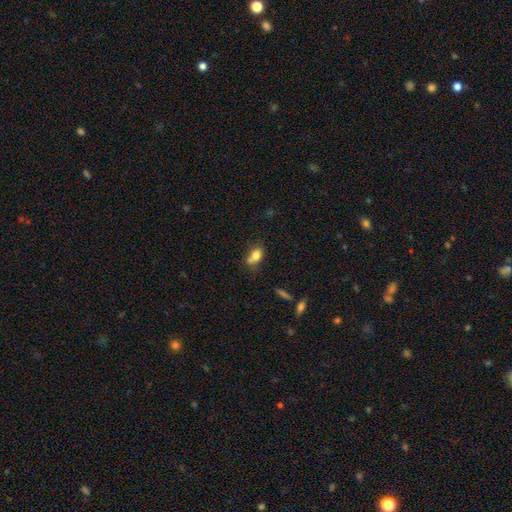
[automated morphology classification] type=smooth (75%); roundness=in between (73%); merging=none (43%).